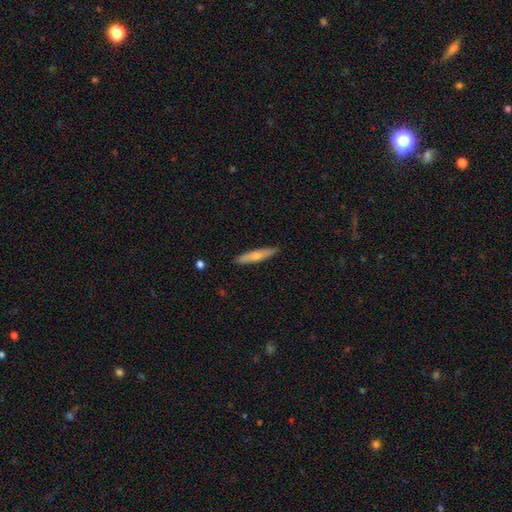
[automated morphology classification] Smooth or featured: smooth — 64% (featured or disk — 31%)
How rounded: cigar-shaped — 90% (in between — 9%)
Merging: none — 89% (minor disturbance — 8%)